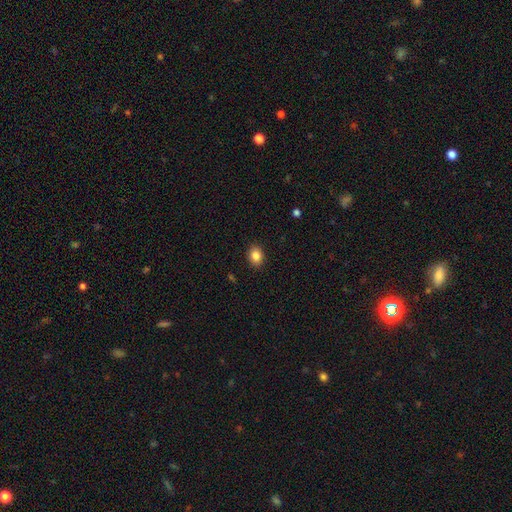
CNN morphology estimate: Smooth or featured? smooth (85%)
How rounded? in between (57%)
Merging? none (90%)